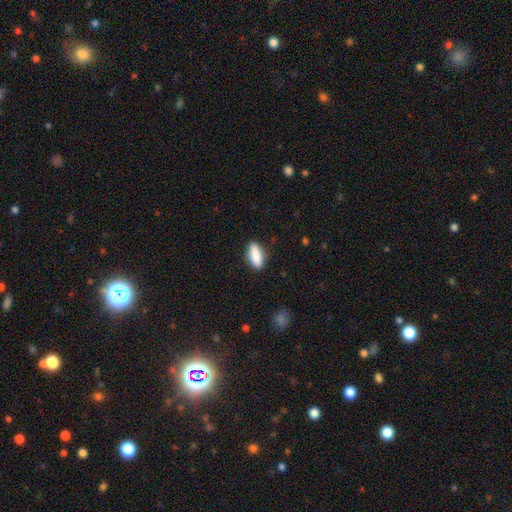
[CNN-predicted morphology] Smooth or featured? smooth (85%)
How rounded? in between (66%)
Merging? none (86%)